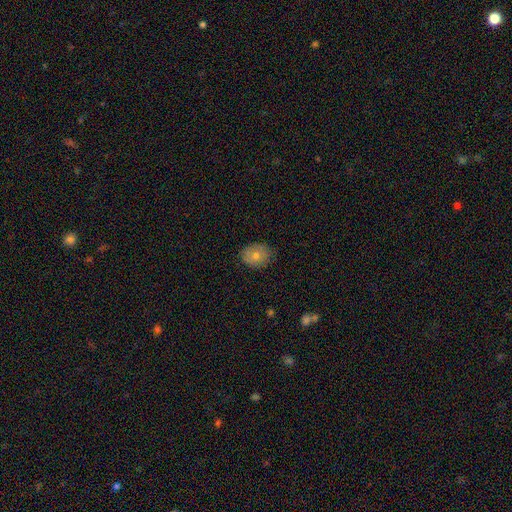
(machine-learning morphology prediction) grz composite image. It shows a smooth galaxy with no disk features (67%) that is round (59%). Merging: none (82%).